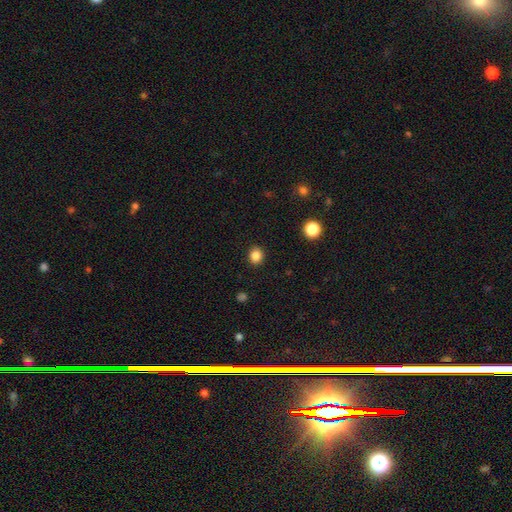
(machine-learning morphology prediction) The model was most divided on "how rounded": round: 80%, in between: 19%, cigar-shaped: 1%. More confident: merging — none (91%); smooth or featured — smooth (85%).